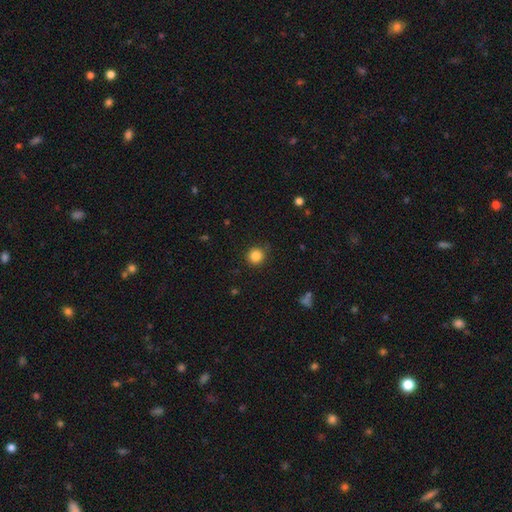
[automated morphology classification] type=smooth (84%); roundness=round (94%); merging=none (86%).